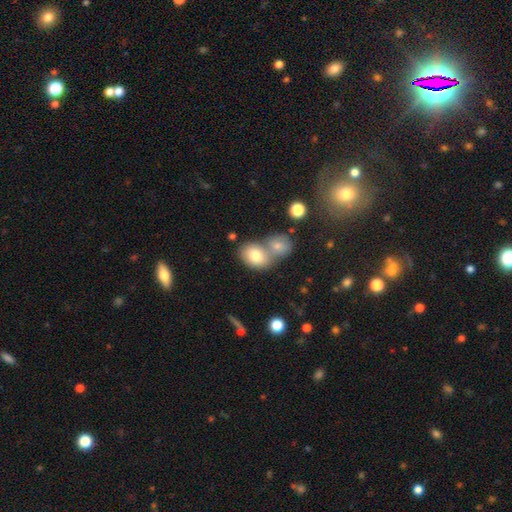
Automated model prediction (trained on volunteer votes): smooth_or_featured: smooth (p=0.76) [alt: featured or disk p=0.14]
how_rounded: in between (p=0.60) [alt: round p=0.38]
merging: merger (p=0.52) [alt: none p=0.36]